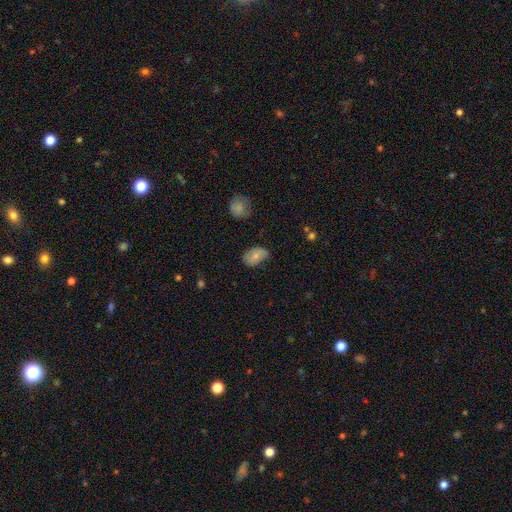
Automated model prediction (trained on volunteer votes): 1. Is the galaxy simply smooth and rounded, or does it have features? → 71% smooth, 22% featured or disk, 8% star or artifact.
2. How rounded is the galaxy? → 88% in between, 11% round, 1% cigar-shaped.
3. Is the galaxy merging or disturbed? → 63% none, 29% minor disturbance, 7% major disturbance, 2% merger.